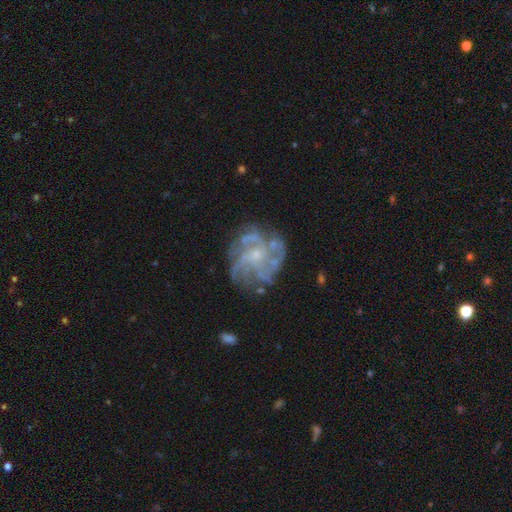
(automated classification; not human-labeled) The model was most divided on "spiral winding": medium: 43%, tight: 38%, loose: 19%. Remaining: edge-on disk — no (98%); spiral arms — yes (89%); smooth or featured — featured or disk (83%); bar — no (71%); bulge size — small (67%); merging — none (66%); spiral arm count — 4 (33%).